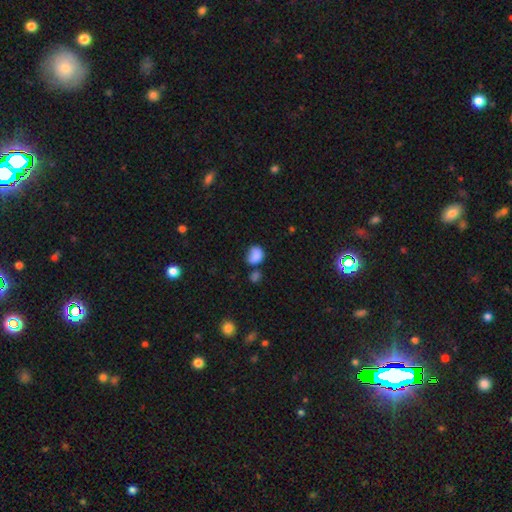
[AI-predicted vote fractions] Smooth or featured?
  - smooth: 81% *
  - star or artifact: 10%
  - featured or disk: 9%
How rounded?
  - in between: 51% *
  - round: 48%
  - cigar-shaped: 1%
Merging?
  - none: 43% *
  - minor disturbance: 28%
  - merger: 17%
  - major disturbance: 11%